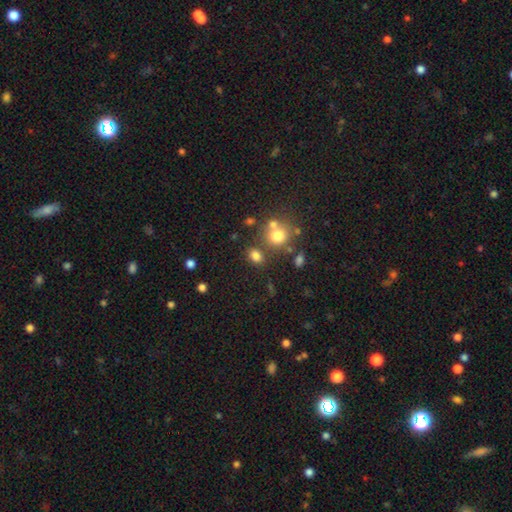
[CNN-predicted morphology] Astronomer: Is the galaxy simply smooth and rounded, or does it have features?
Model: smooth — 78%.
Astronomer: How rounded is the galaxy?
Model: in between — 65%.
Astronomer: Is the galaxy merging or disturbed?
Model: none — 68%.